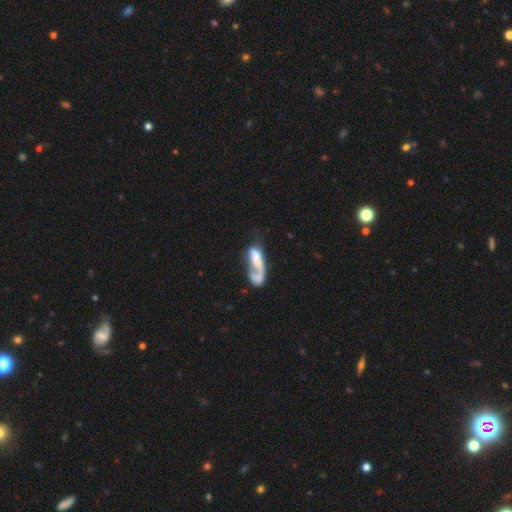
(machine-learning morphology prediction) This is possibly a featured or disk galaxy (52%). It is clearly not viewed edge-on (87%). Merging: marginally merger (35%).